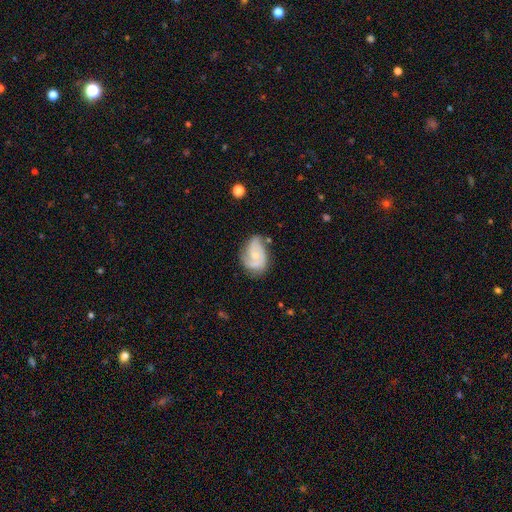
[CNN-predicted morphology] Overall: featured or disk (70%). Edge-on disk: no (97%). Bar: no (66%; weak 30%). Spiral arms: yes (92%). Spiral arm count: 2 (51%; 3 22%). Spiral winding: medium (45%; tight 33%). Bulge size: small (56%; moderate 30%). Merging: none (54%; minor disturbance 28%).